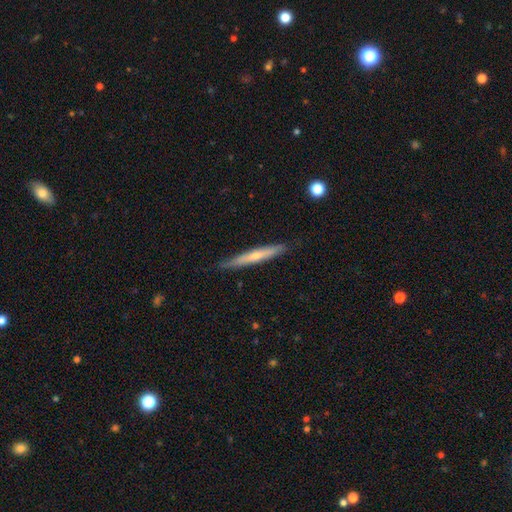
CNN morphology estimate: Smooth or featured?
  - featured or disk: 60% *
  - smooth: 33%
  - star or artifact: 7%
Edge-on disk?
  - yes: 95% *
  - no: 5%
Edge-on bulge?
  - rounded: 66% *
  - none: 30%
  - boxy: 4%
Merging?
  - none: 89% *
  - minor disturbance: 8%
  - major disturbance: 1%
  - merger: 1%